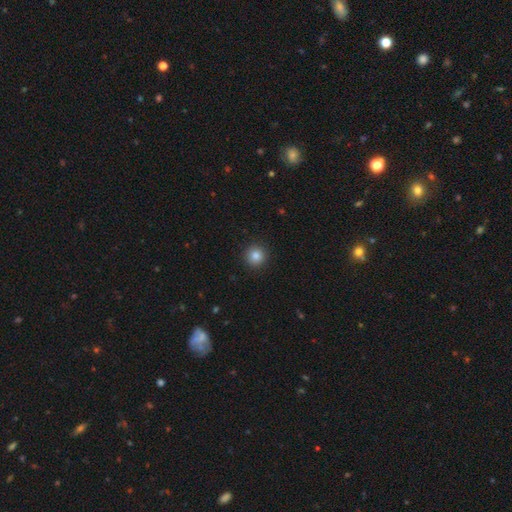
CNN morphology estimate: This is clearly a smooth galaxy (84%). How rounded: clearly round (94%). Merging: clearly none (92%).